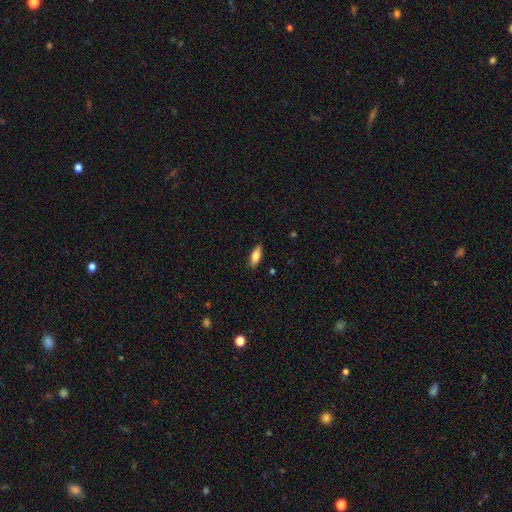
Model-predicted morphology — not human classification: The model was most divided on "how rounded": in between: 74%, cigar-shaped: 24%, round: 2%. More confident: merging — none (87%); smooth or featured — smooth (77%).